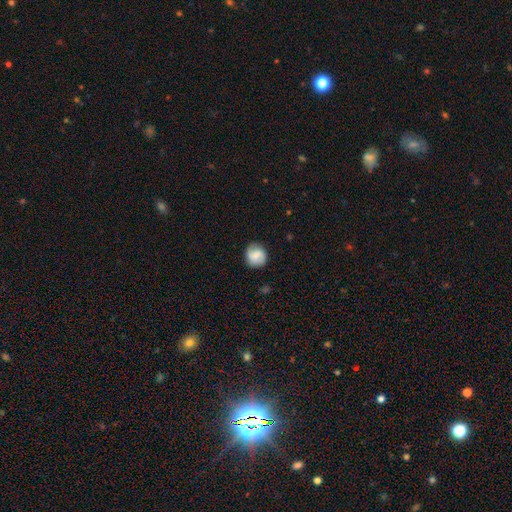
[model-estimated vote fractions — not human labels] The model was most divided on "smooth or featured": smooth: 58%, featured or disk: 34%, star or artifact: 8%. More confident: how rounded — round (87%); merging — none (84%).